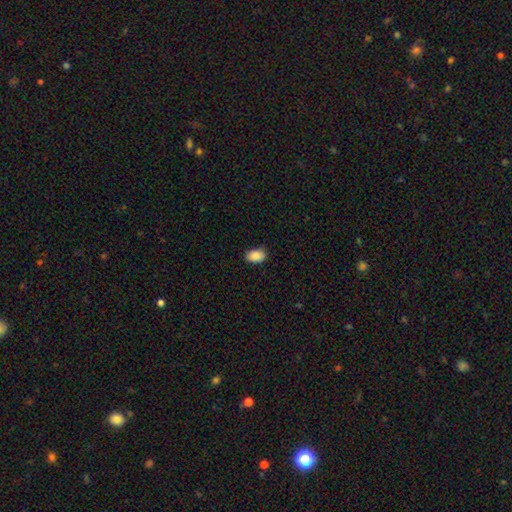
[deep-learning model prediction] smooth 89%, star or artifact 8%, featured or disk 3%. Down the decision tree: how rounded — in between (87%); merging — none (82%).